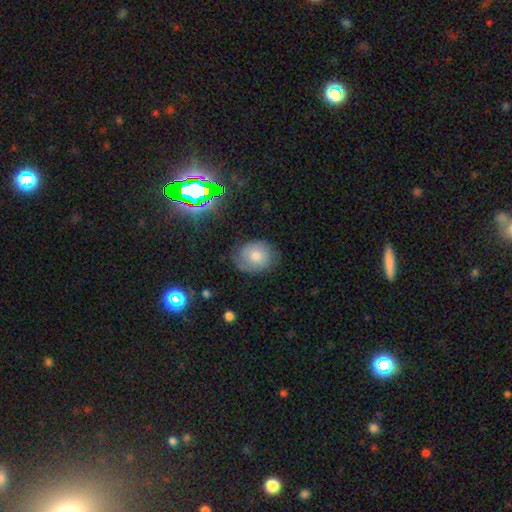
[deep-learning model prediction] Smooth or featured? Predicted: smooth (p=0.60). How rounded? Predicted: round (p=0.65). Merging? Predicted: none (p=0.76).